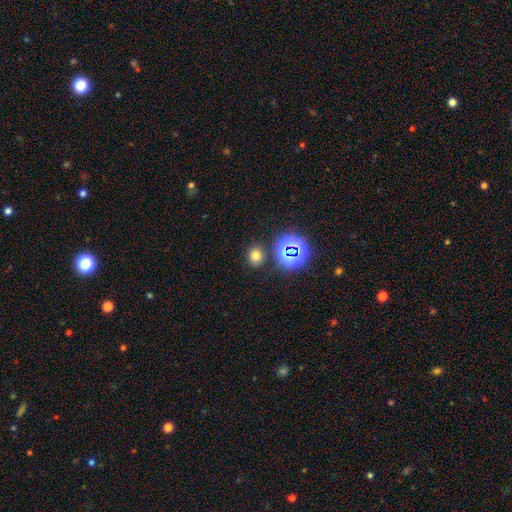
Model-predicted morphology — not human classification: Smooth or featured? Predicted: smooth (p=0.68). How rounded? Predicted: round (p=0.69). Merging? Predicted: none (p=0.83).